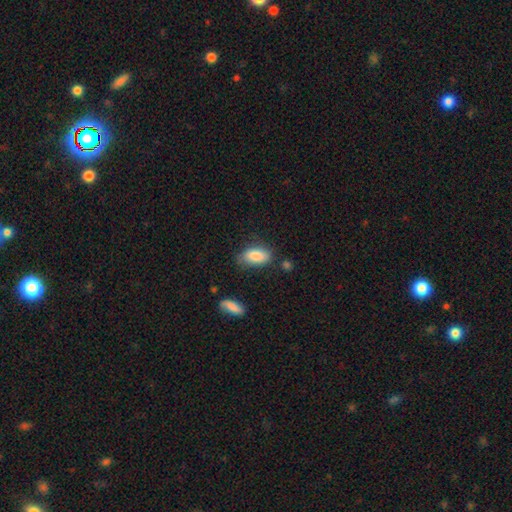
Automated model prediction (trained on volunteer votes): smooth_or_featured: smooth (p=0.85) [alt: featured or disk p=0.09]
how_rounded: in between (p=0.91) [alt: cigar-shaped p=0.05]
merging: none (p=0.69) [alt: minor disturbance p=0.22]